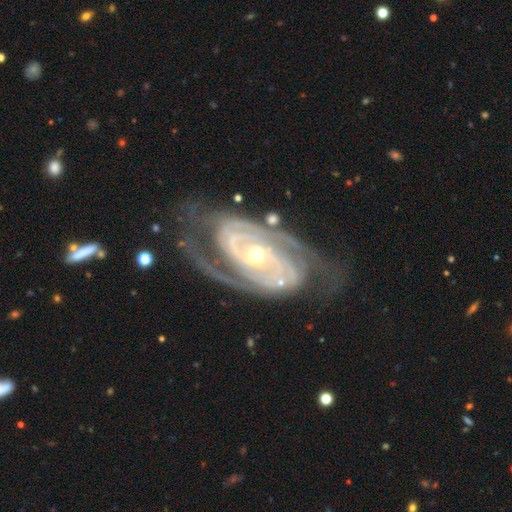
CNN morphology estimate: This appears to be a featured or disk galaxy (92%) with no bar (52%), 2 (69%) tight (63%) spiral arms (98%) and a small central bulge (48%, tied with moderate). Merging: none (68%).